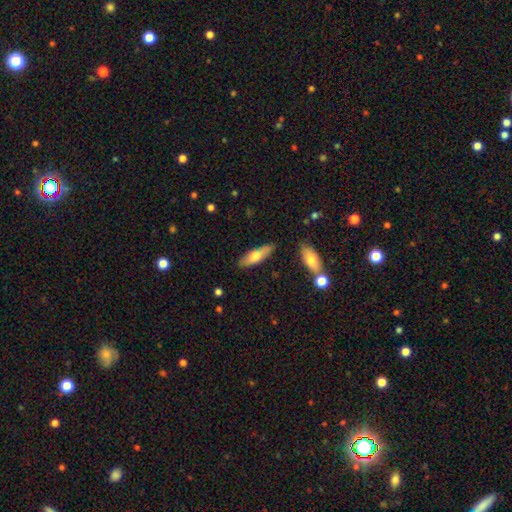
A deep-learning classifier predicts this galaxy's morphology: Q: Smooth or featured?
A: smooth (62%); runner-up: featured or disk (32%)
Q: How rounded?
A: cigar-shaped (54%); runner-up: in between (44%)
Q: Merging?
A: none (81%); runner-up: minor disturbance (12%)